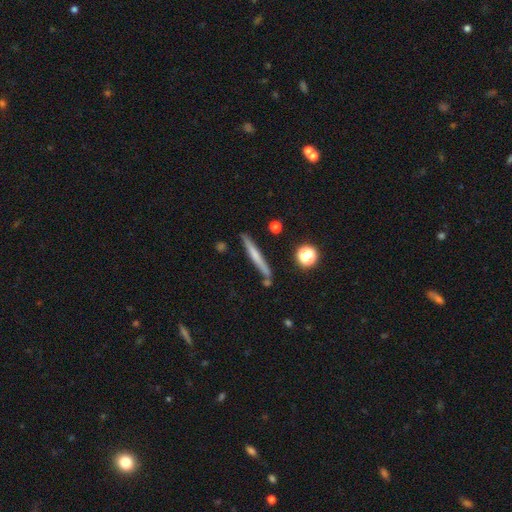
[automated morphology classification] This is possibly a smooth galaxy (54%). How rounded: clearly cigar-shaped (95%). Merging: clearly none (82%).